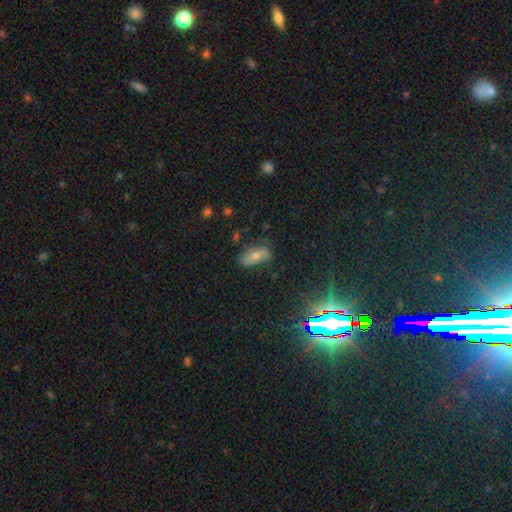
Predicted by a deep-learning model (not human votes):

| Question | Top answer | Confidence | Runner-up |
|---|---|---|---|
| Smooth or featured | smooth | 53% | featured or disk (33%) |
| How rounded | in between | 87% | cigar-shaped (8%) |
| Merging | none | 60% | minor disturbance (26%) |